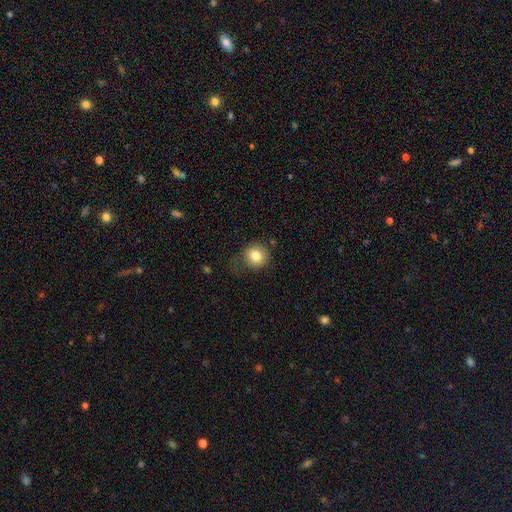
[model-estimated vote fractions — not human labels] Smooth or featured?
  - smooth: 82% *
  - star or artifact: 10%
  - featured or disk: 8%
How rounded?
  - round: 84% *
  - in between: 15%
  - cigar-shaped: 1%
Merging?
  - none: 66% *
  - minor disturbance: 22%
  - major disturbance: 10%
  - merger: 2%